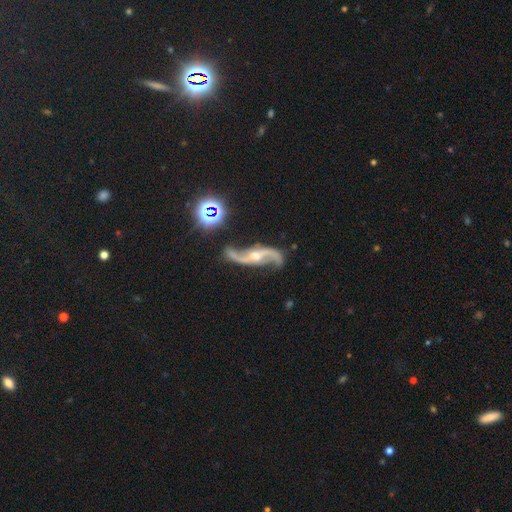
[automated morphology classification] featured or disk 90%, star or artifact 7%, smooth 3%. Down the decision tree: edge-on disk — no (94%); bar — no (54%); spiral arms — yes (98%); spiral arm count — 2 (94%); spiral winding — loose (76%); bulge size — moderate (49%); merging — none (75%).